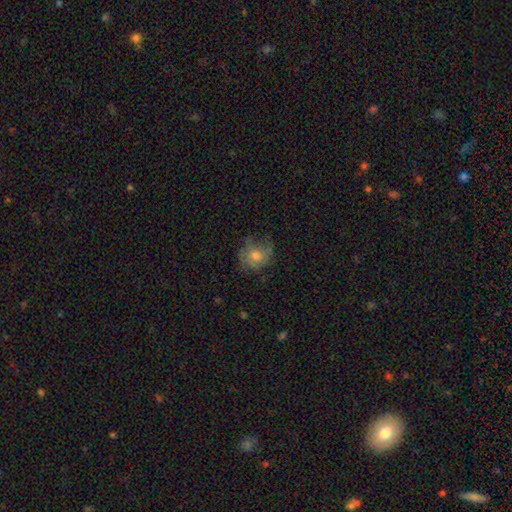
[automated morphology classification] The model was most divided on "smooth or featured": smooth: 54%, featured or disk: 36%, star or artifact: 10%. More confident: how rounded — round (69%); merging — none (57%).